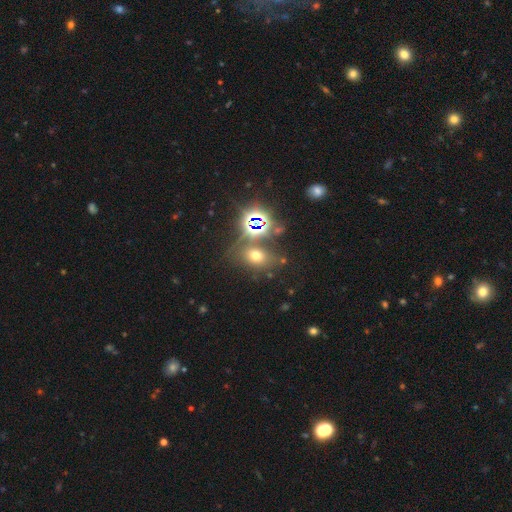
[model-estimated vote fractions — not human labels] A smooth galaxy with no disk features (51%) that is in between round and cigar-shaped (64%). Merging: none (70%).